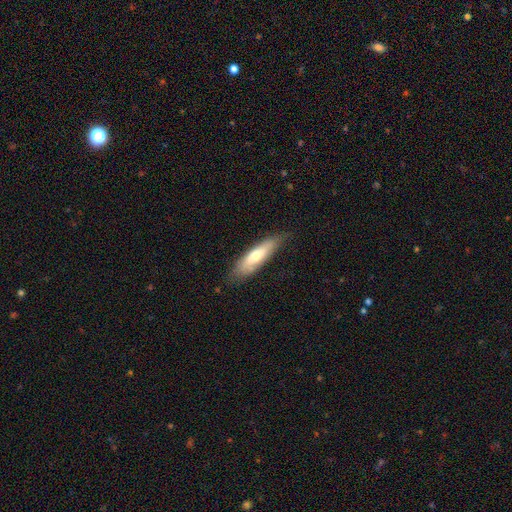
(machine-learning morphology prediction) smooth-or-featured: smooth: 63% | featured or disk: 32% | star or artifact: 6%
  how-rounded: cigar-shaped: 64% | in between: 35% | round: 2%
  merging: none: 75% | minor disturbance: 20% | major disturbance: 4% | merger: 1%